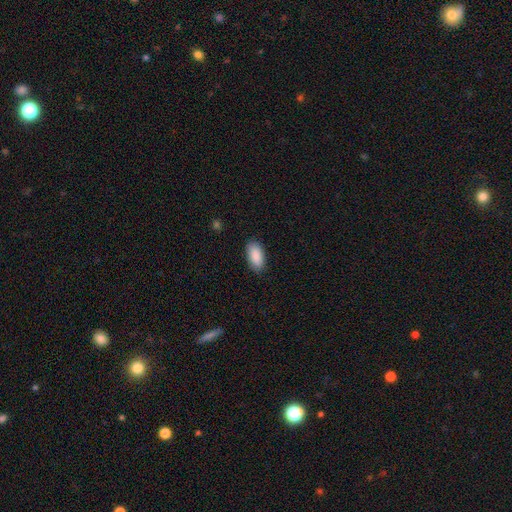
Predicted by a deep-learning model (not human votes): This appears to be a smooth galaxy with no disk features (90%) that is in between round and cigar-shaped (93%). Merging: none (86%).